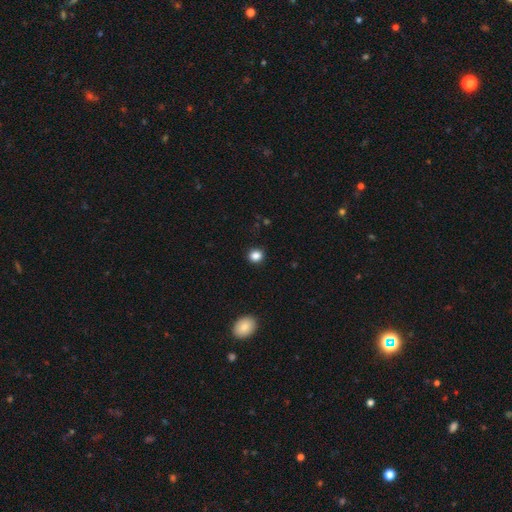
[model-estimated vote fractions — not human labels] Smooth or featured? Predicted: smooth (p=0.85). How rounded? Predicted: round (p=0.84). Merging? Predicted: none (p=0.91).